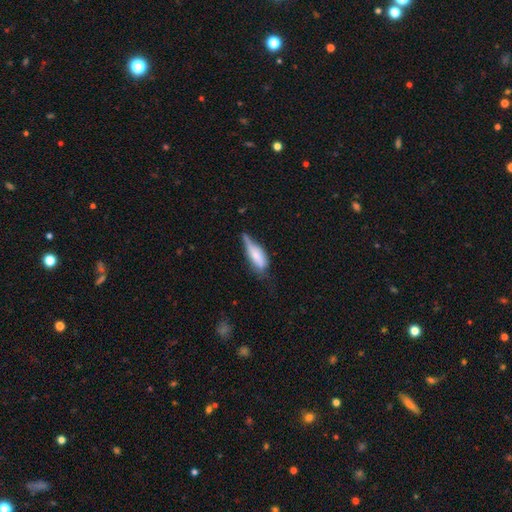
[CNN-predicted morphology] Overall: smooth (63%; featured or disk 30%). How rounded: in between (60%; cigar-shaped 37%). Merging: minor disturbance (43%; none 29%).